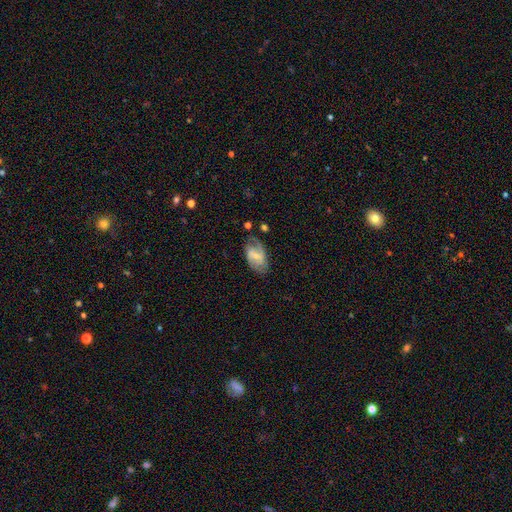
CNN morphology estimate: Smooth or featured?
  - featured or disk: 62% *
  - smooth: 31%
  - star or artifact: 7%
Edge-on disk?
  - no: 95% *
  - yes: 5%
Bar?
  - weak: 50% *
  - strong: 29%
  - no: 21%
Spiral arms?
  - yes: 83% *
  - no: 17%
Bulge size?
  - small: 55% *
  - moderate: 31%
  - none: 10%
  - large: 2%
  - dominant: 1%
Merging?
  - none: 58% *
  - minor disturbance: 26%
  - major disturbance: 13%
  - merger: 3%